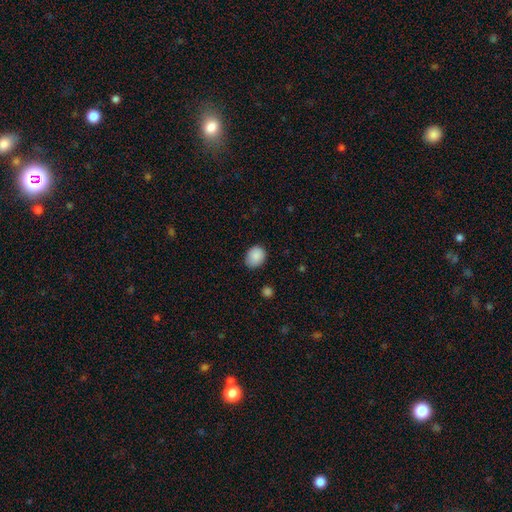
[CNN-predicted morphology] smooth 88%, star or artifact 8%, featured or disk 4%. Down the decision tree: how rounded — round (52%); merging — none (78%).